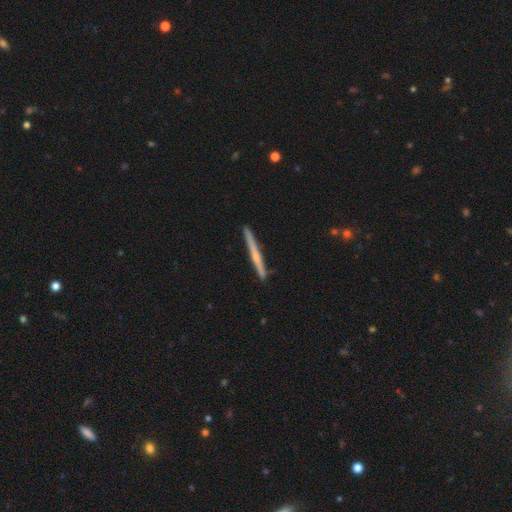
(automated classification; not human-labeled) The model was most divided on "edge-on bulge": rounded: 60%, none: 34%, boxy: 5%. More confident: edge-on disk — yes (98%); merging — none (90%); smooth or featured — featured or disk (65%).